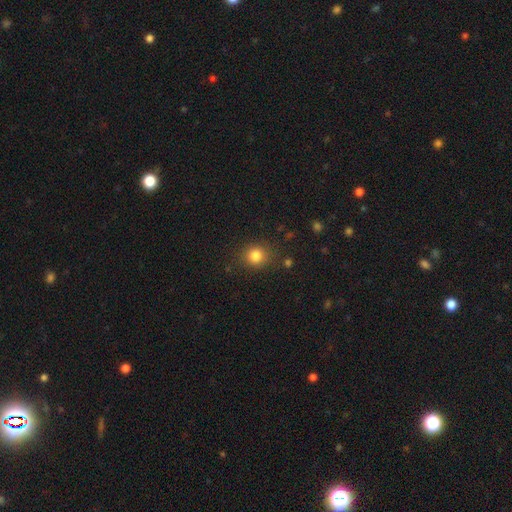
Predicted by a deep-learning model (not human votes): This is clearly a smooth galaxy (82%). How rounded: clearly round (80%). Merging: clearly none (85%).